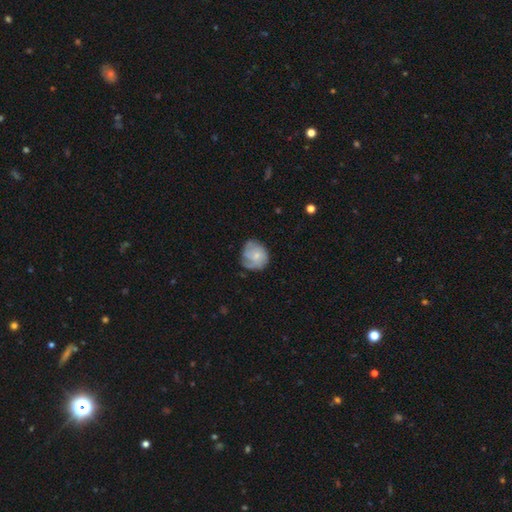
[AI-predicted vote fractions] This appears to be a featured or disk galaxy (49%). Merging: none (60%).